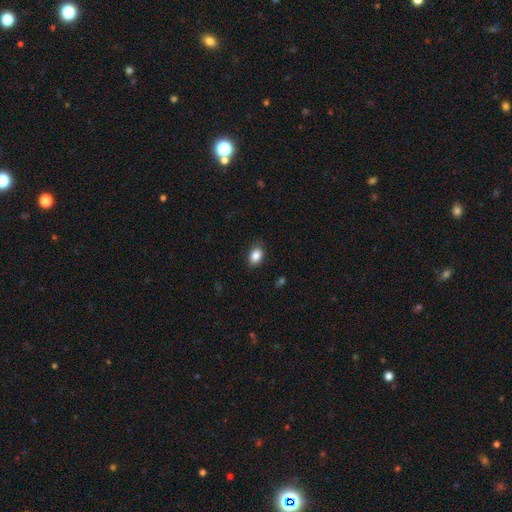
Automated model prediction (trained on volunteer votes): A smooth galaxy with no disk features (86%) that is in between round and cigar-shaped (83%).

Vote fractions:
- Smooth or featured? smooth: 86% / star or artifact: 8% / featured or disk: 6%
- How rounded? in between: 83% / round: 16% / cigar-shaped: 1%
- Merging? none: 82% / minor disturbance: 14% / major disturbance: 3% / merger: 1%